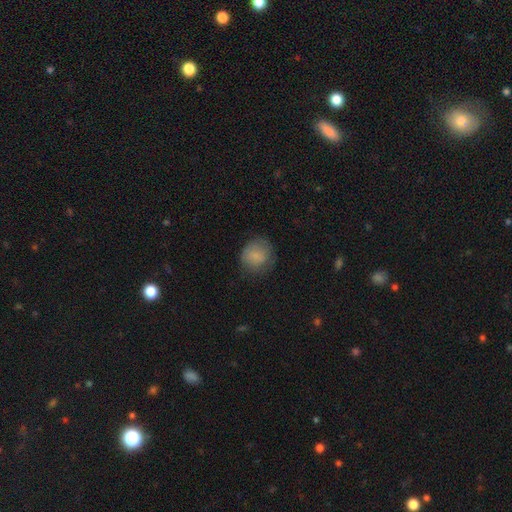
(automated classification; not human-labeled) Smooth or featured? smooth (80%)
How rounded? round (82%)
Merging? none (69%)